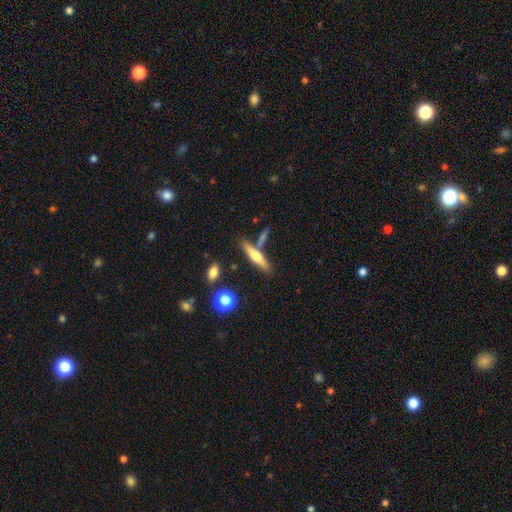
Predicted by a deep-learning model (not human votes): Smooth or featured? Predicted: smooth (p=0.47). Merging? Predicted: none (p=0.69).